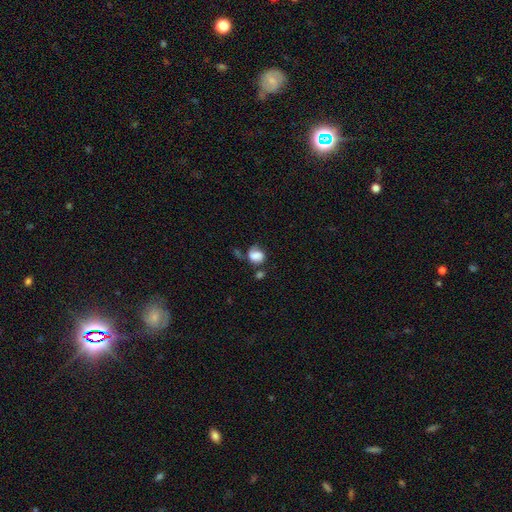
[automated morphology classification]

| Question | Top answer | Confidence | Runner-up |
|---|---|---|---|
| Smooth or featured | smooth | 70% | featured or disk (19%) |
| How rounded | round | 50% | in between (49%) |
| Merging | none | 34% | minor disturbance (26%) |